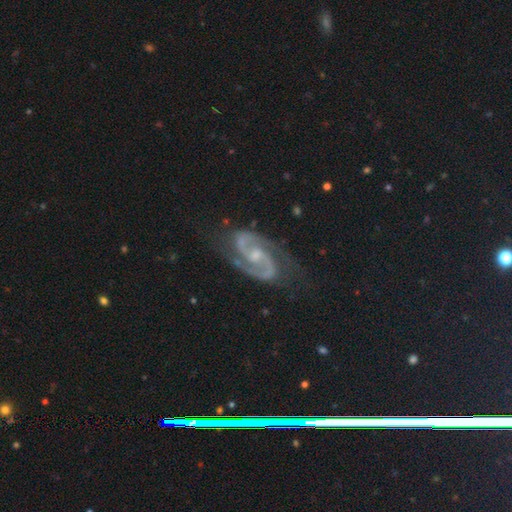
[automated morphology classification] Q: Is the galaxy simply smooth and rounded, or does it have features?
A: featured or disk — 92%.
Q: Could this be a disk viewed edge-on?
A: no — 98%.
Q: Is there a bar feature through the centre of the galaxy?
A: no — 46%.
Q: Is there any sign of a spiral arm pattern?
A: yes — 99%.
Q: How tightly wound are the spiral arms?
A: medium — 60%.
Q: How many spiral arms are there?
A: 2 — 94%.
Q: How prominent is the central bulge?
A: small — 52%.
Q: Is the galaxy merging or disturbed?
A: none — 79%.